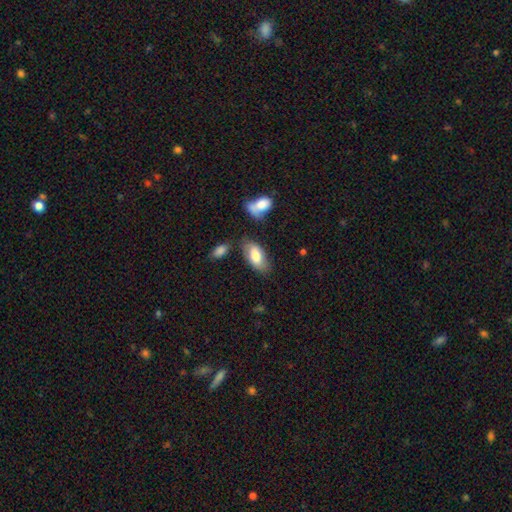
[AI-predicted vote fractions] Smooth or featured: smooth — 76% (featured or disk — 17%)
How rounded: in between — 91% (cigar-shaped — 6%)
Merging: none — 71% (minor disturbance — 17%)